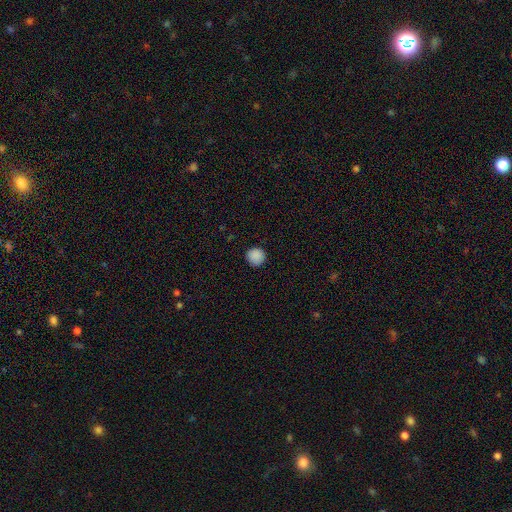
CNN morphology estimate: smooth 88%, star or artifact 9%, featured or disk 3%. Down the decision tree: how rounded — round (94%); merging — none (89%).